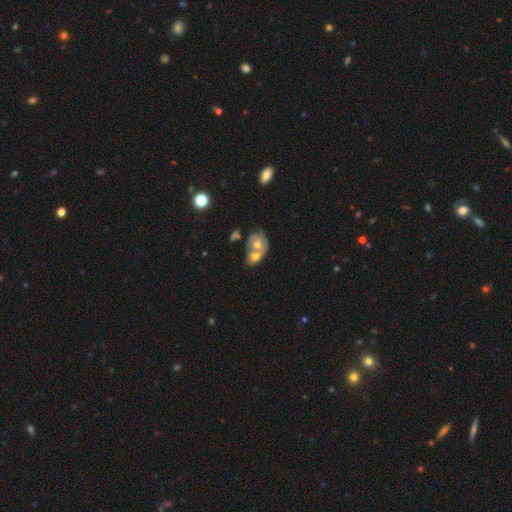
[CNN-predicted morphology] The model was most divided on "smooth or featured": featured or disk: 48%, smooth: 44%, star or artifact: 8%. More confident: merging — merger (71%).